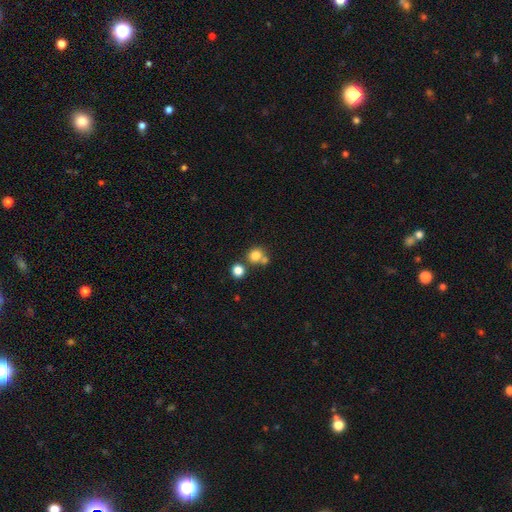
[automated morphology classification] A smooth galaxy with no disk features (80%) that is round (85%).

Vote fractions:
- Smooth or featured? smooth: 80% / star or artifact: 12% / featured or disk: 7%
- How rounded? round: 85% / in between: 14% / cigar-shaped: 1%
- Merging? none: 56% / merger: 31% / minor disturbance: 9% / major disturbance: 4%